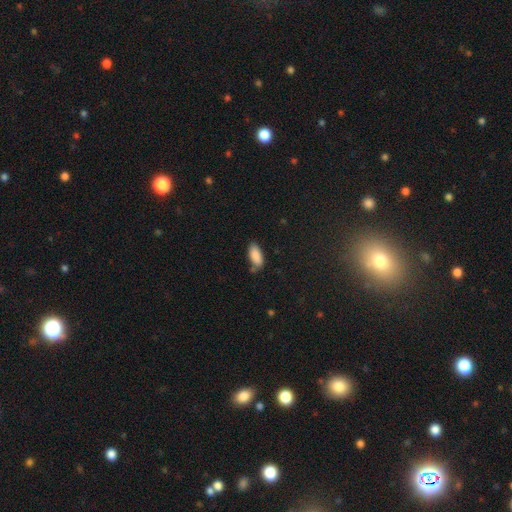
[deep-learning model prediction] Smooth or featured: smooth — 88% (star or artifact — 7%)
How rounded: in between — 86% (cigar-shaped — 12%)
Merging: none — 68% (minor disturbance — 22%)